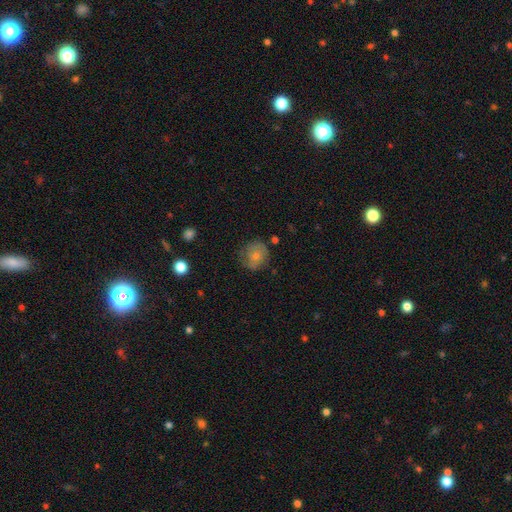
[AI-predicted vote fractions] Q: Smooth or featured?
A: smooth (66%); runner-up: featured or disk (25%)
Q: How rounded?
A: round (83%); runner-up: in between (16%)
Q: Merging?
A: none (68%); runner-up: minor disturbance (23%)